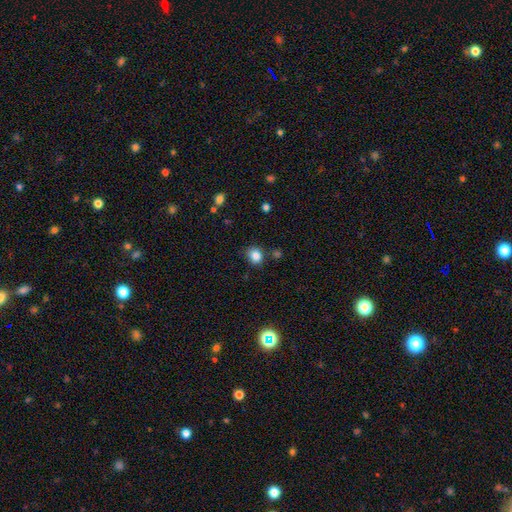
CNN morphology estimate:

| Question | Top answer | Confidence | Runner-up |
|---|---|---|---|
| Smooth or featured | smooth | 84% | star or artifact (11%) |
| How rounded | round | 66% | in between (33%) |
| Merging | none | 79% | minor disturbance (13%) |